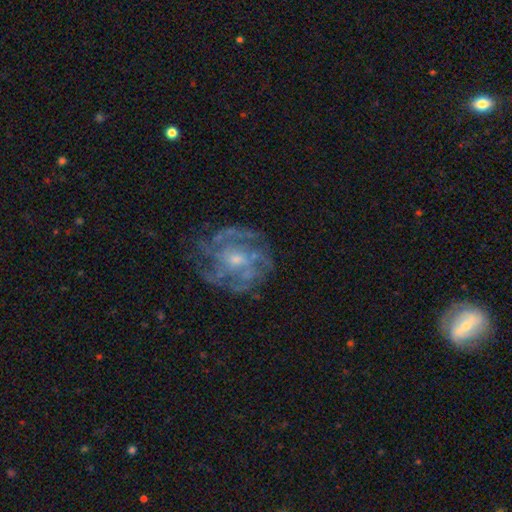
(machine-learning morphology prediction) Overall: featured or disk (83%). Edge-on disk: no (98%). Bar: no (73%). Spiral arms: yes (84%). Spiral arm count: can't tell (38%; 4 20%). Spiral winding: tight (49%; medium 38%). Bulge size: small (59%; moderate 35%). Merging: none (70%).